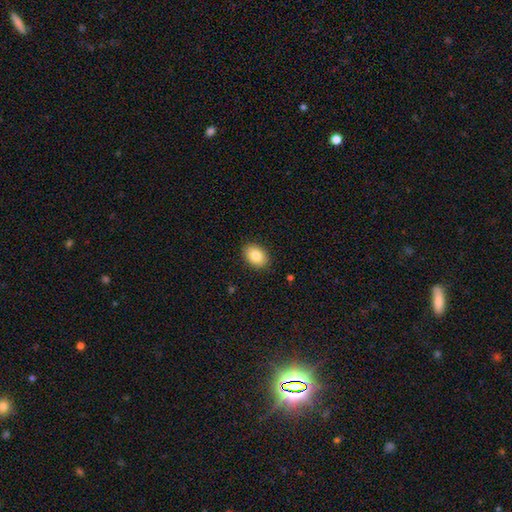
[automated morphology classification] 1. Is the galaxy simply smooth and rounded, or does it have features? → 85% smooth, 8% featured or disk, 7% star or artifact.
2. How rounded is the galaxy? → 82% in between, 17% round, 1% cigar-shaped.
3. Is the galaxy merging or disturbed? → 89% none, 8% minor disturbance, 2% major disturbance, 1% merger.